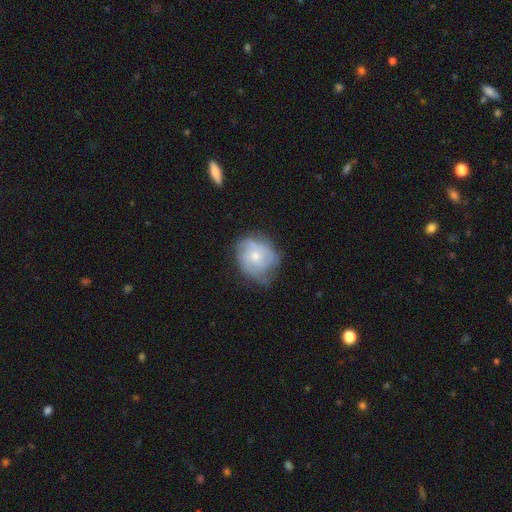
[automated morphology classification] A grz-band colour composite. It shows a featured or disk galaxy (58%) with no bar (80%), spiral arms (75%) and a small central bulge (52%). Merging: none (53%).